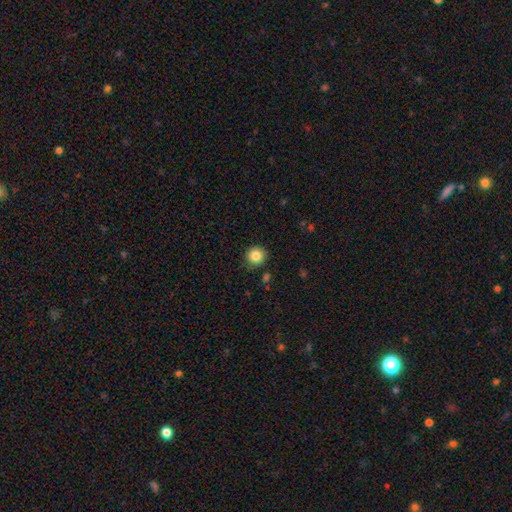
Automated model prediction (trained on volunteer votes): Q: Smooth or featured?
A: smooth (85%); runner-up: star or artifact (10%)
Q: How rounded?
A: round (93%); runner-up: in between (6%)
Q: Merging?
A: none (88%); runner-up: minor disturbance (9%)